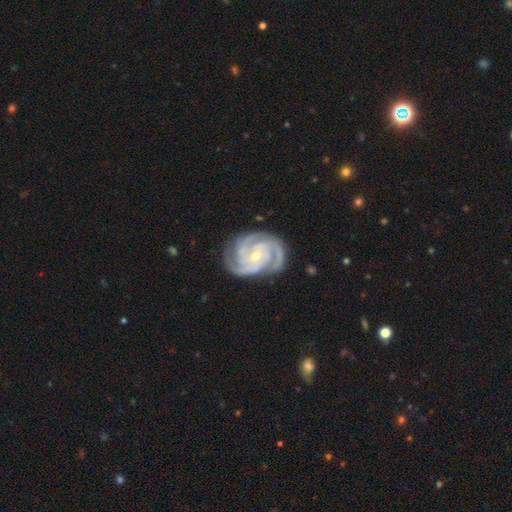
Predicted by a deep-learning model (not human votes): Q: Smooth or featured?
A: featured or disk (93%); runner-up: star or artifact (4%)
Q: Edge-on disk?
A: no (98%); runner-up: yes (2%)
Q: Bar?
A: no (65%); runner-up: weak (26%)
Q: Spiral arms?
A: yes (99%); runner-up: no (1%)
Q: Spiral winding?
A: tight (67%); runner-up: medium (30%)
Q: Spiral arm count?
A: 3 (57%); runner-up: 4 (22%)
Q: Bulge size?
A: small (62%); runner-up: moderate (35%)
Q: Merging?
A: none (77%); runner-up: minor disturbance (17%)